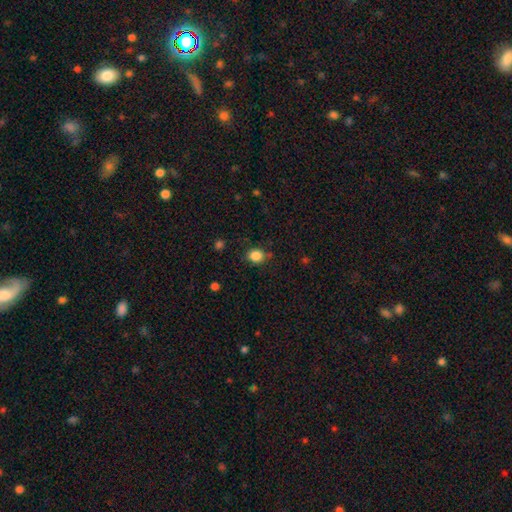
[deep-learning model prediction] Smooth or featured?
  - smooth: 85% *
  - star or artifact: 11%
  - featured or disk: 4%
How rounded?
  - round: 71% *
  - in between: 28%
  - cigar-shaped: 1%
Merging?
  - none: 76% *
  - minor disturbance: 17%
  - major disturbance: 4%
  - merger: 3%